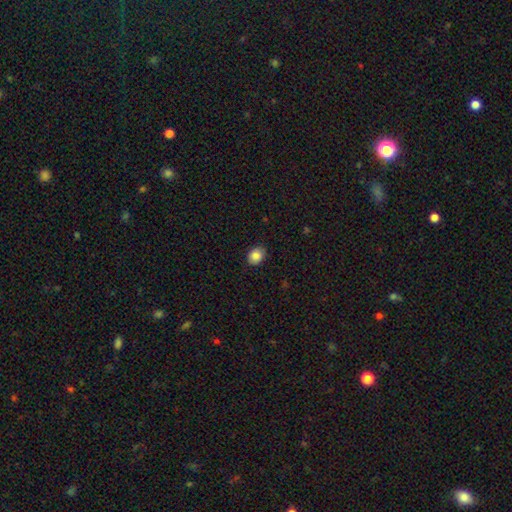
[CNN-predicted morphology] smooth-or-featured: smooth: 85% | star or artifact: 9% | featured or disk: 6%
  how-rounded: in between: 51% | round: 48% | cigar-shaped: 1%
  merging: none: 87% | minor disturbance: 10% | major disturbance: 2% | merger: 1%